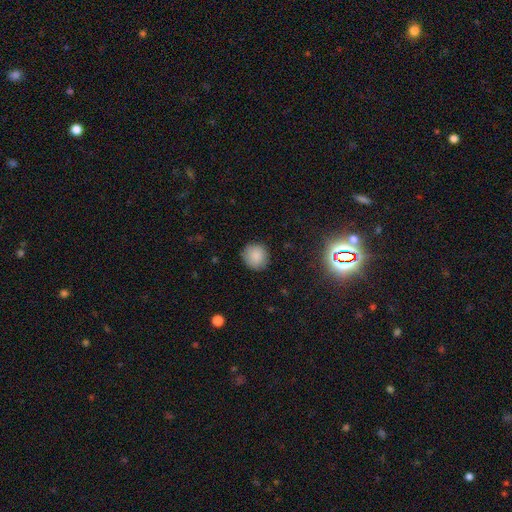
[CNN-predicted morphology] smooth_or_featured: smooth (p=0.86) [alt: star or artifact p=0.09]
how_rounded: round (p=0.91) [alt: in between p=0.08]
merging: none (p=0.87) [alt: minor disturbance p=0.09]